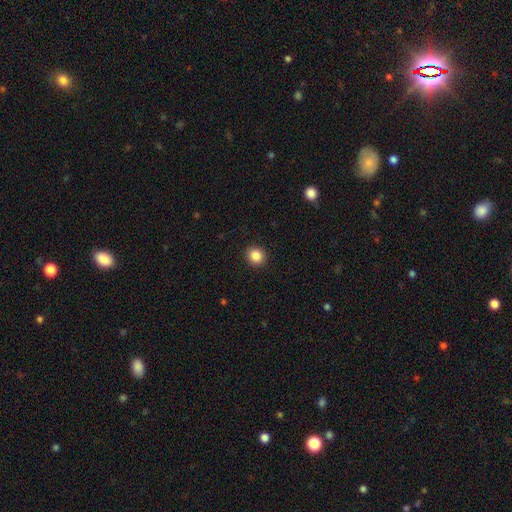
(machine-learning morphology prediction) smooth 86%, star or artifact 10%, featured or disk 4%. Down the decision tree: how rounded — round (87%); merging — none (92%).